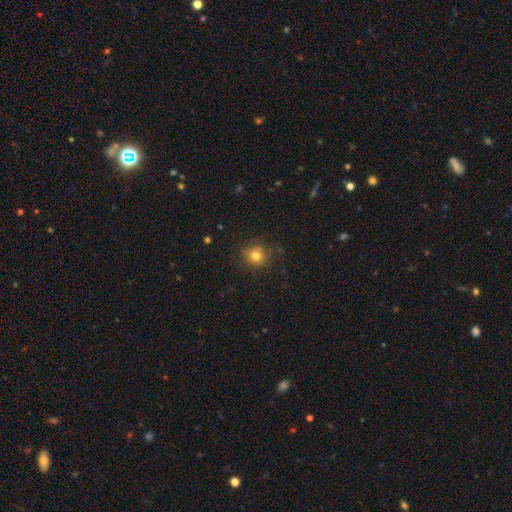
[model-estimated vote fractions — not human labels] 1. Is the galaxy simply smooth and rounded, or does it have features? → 78% smooth, 15% star or artifact, 7% featured or disk.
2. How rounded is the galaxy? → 87% round, 12% in between, 1% cigar-shaped.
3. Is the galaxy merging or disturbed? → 84% none, 11% minor disturbance, 3% major disturbance, 1% merger.